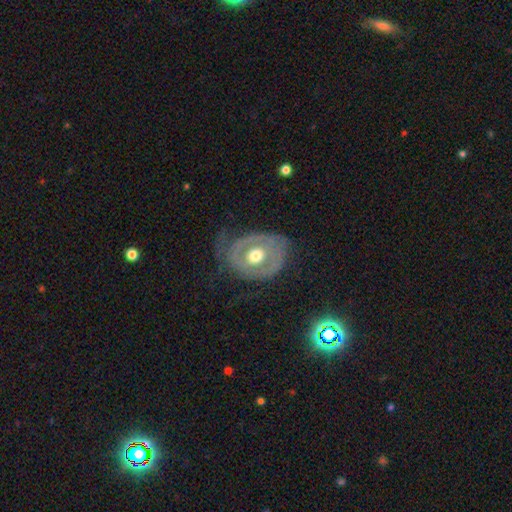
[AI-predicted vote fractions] Morphology: type=featured or disk (68%); edge-on=no (95%); bar=no (84%); spiral arms=no (56%); bulge=moderate (70%); merging=none (57%).